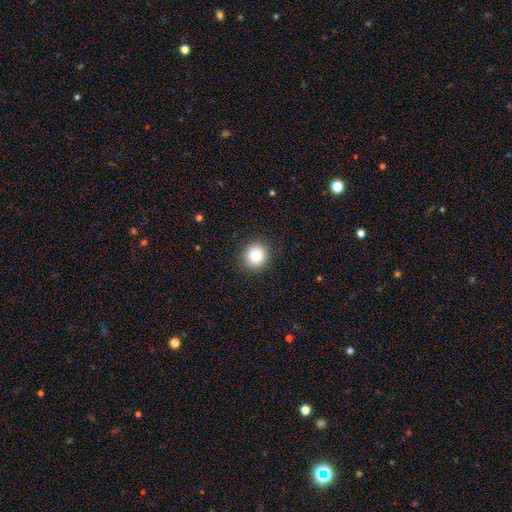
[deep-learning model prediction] smooth_or_featured: smooth (p=0.82) [alt: star or artifact p=0.11]
how_rounded: round (p=0.92) [alt: in between p=0.07]
merging: none (p=0.91) [alt: minor disturbance p=0.06]